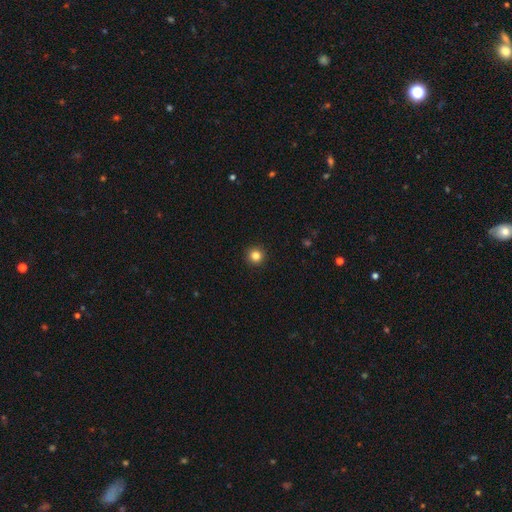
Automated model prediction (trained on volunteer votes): Q: Smooth or featured?
A: smooth (83%); runner-up: star or artifact (12%)
Q: How rounded?
A: round (95%); runner-up: in between (4%)
Q: Merging?
A: none (93%); runner-up: minor disturbance (4%)